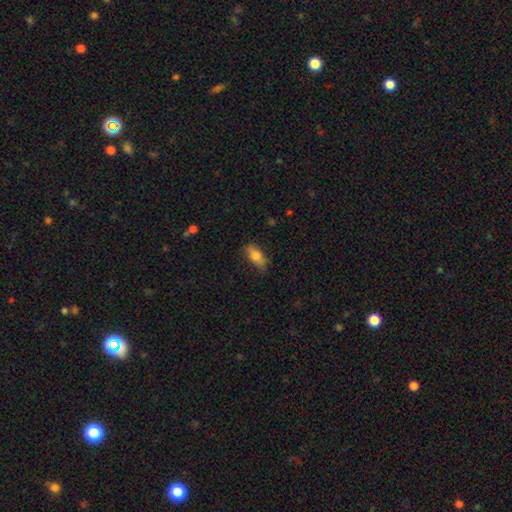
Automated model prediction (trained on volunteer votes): A smooth galaxy with no disk features (72%) that is in between round and cigar-shaped (79%). Merging: none (68%).